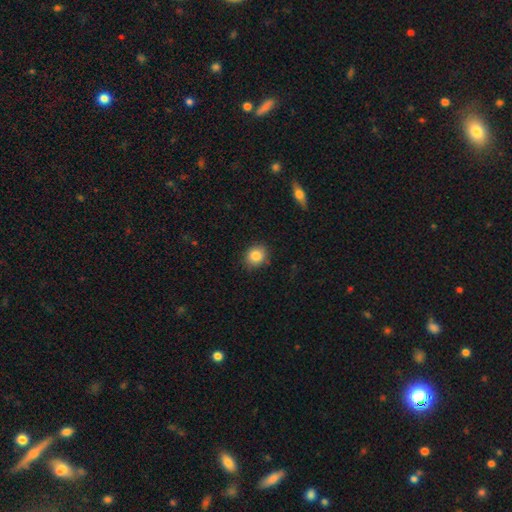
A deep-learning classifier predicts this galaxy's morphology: The model was most divided on "how rounded": round: 74%, in between: 25%, cigar-shaped: 1%. More confident: merging — none (85%); smooth or featured — smooth (85%).